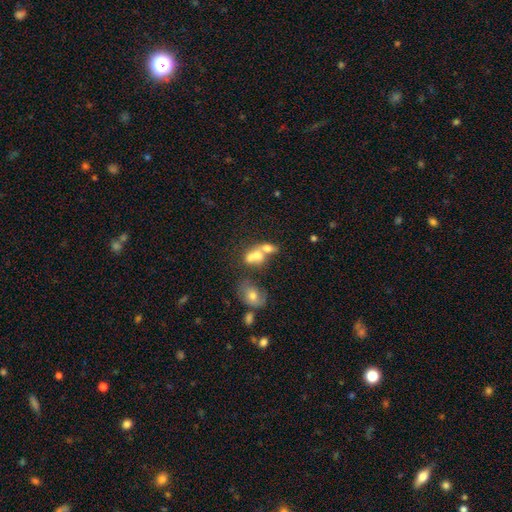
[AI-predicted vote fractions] smooth_or_featured: smooth (p=0.63) [alt: featured or disk p=0.25]
how_rounded: in between (p=0.69) [alt: round p=0.26]
merging: merger (p=0.64) [alt: none p=0.20]